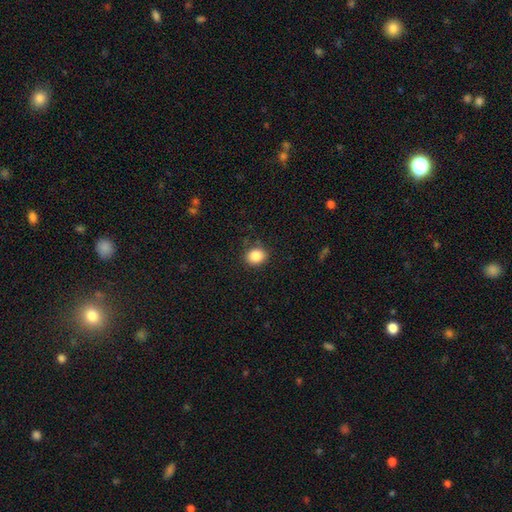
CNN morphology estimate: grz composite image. It shows a smooth galaxy with no disk features (86%) that is round (65%). Merging: none (87%).